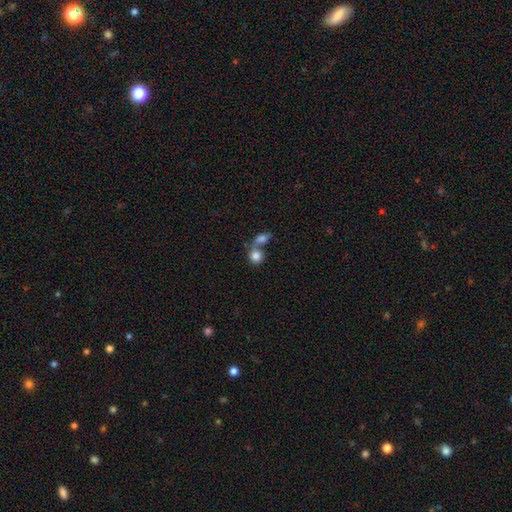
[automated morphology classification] Smooth or featured? smooth (81%)
How rounded? round (76%)
Merging? merger (62%)